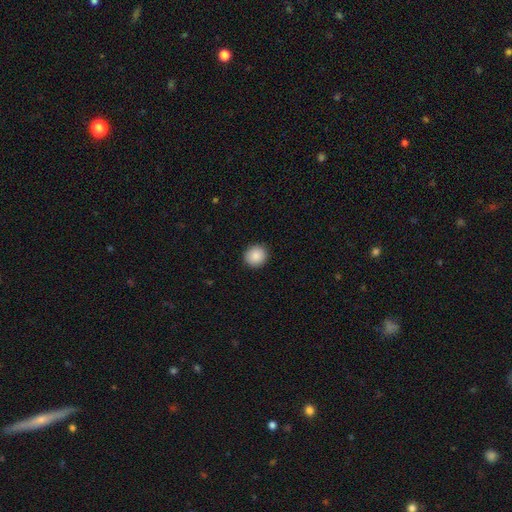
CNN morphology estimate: Q: Smooth or featured?
A: smooth (87%); runner-up: star or artifact (8%)
Q: How rounded?
A: round (89%); runner-up: in between (10%)
Q: Merging?
A: none (92%); runner-up: minor disturbance (6%)